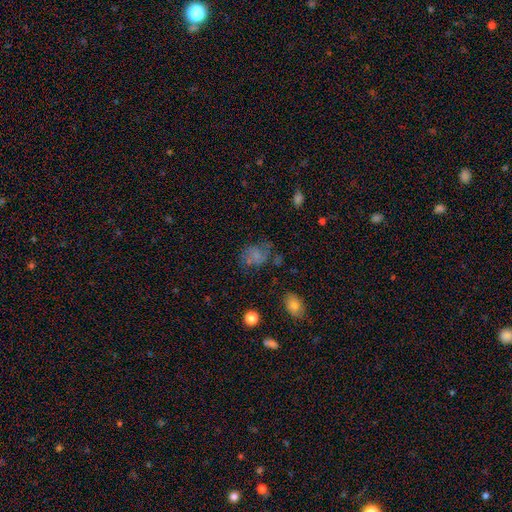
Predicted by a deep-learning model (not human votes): smooth 57%, featured or disk 27%, star or artifact 16%. Down the decision tree: how rounded — in between (60%); merging — none (51%).